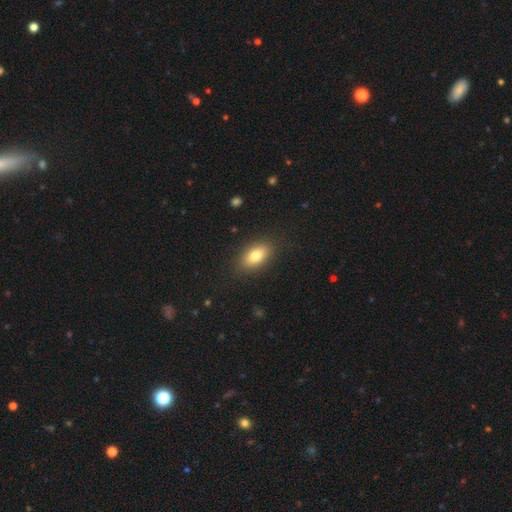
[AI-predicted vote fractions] Smooth or featured? Predicted: smooth (p=0.80). How rounded? Predicted: in between (p=0.88). Merging? Predicted: none (p=0.86).